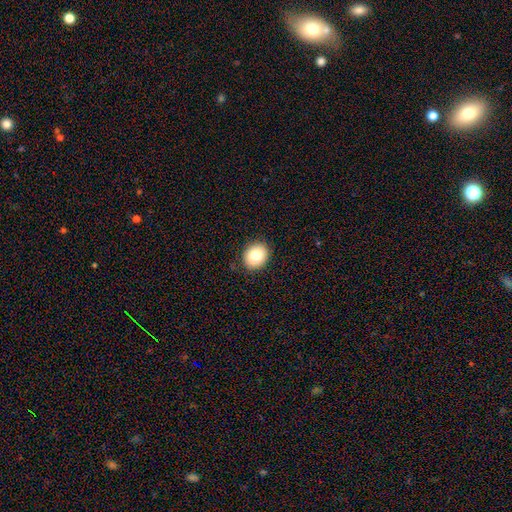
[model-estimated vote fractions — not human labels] Smooth or featured? Predicted: smooth (p=0.80). How rounded? Predicted: round (p=0.62). Merging? Predicted: none (p=0.89).